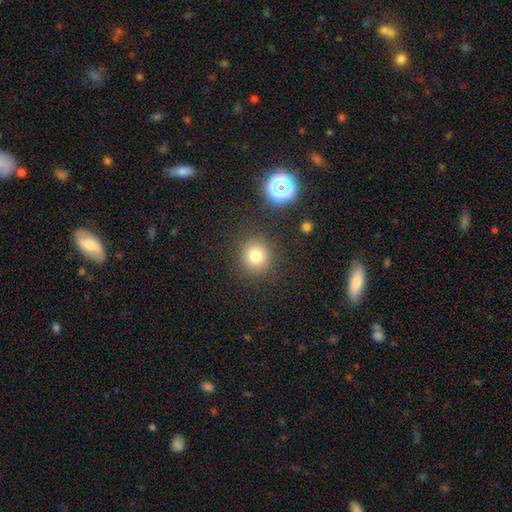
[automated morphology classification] A smooth galaxy with no disk features (77%) that is round (91%).

Vote fractions:
- Smooth or featured? smooth: 77% / star or artifact: 15% / featured or disk: 8%
- How rounded? round: 91% / in between: 8% / cigar-shaped: 1%
- Merging? none: 88% / minor disturbance: 7% / major disturbance: 3% / merger: 2%